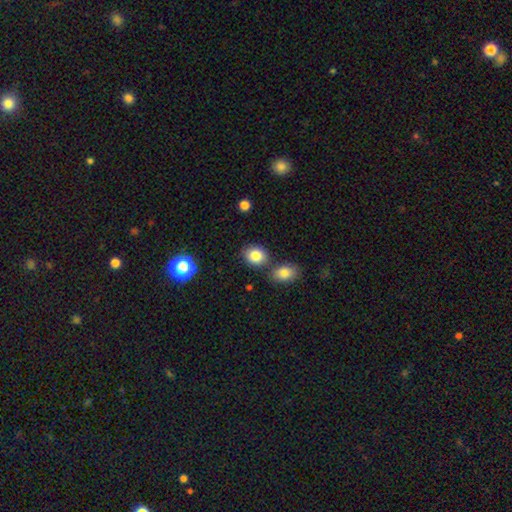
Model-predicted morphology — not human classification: This is clearly a smooth galaxy (84%). How rounded: possibly round (57%). Merging: likely none (72%).